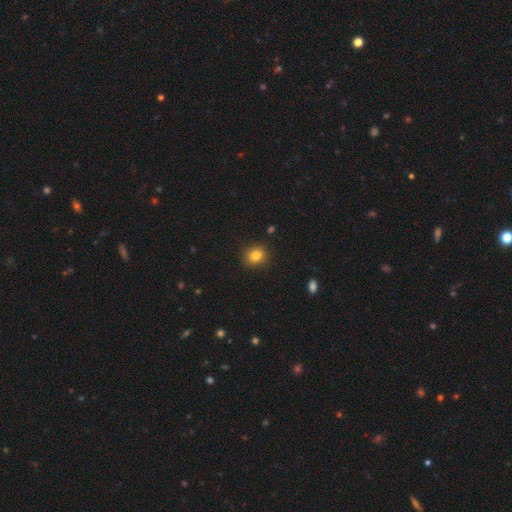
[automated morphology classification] The model was most divided on "how rounded": round: 70%, in between: 29%, cigar-shaped: 1%. More confident: merging — none (89%); smooth or featured — smooth (82%).